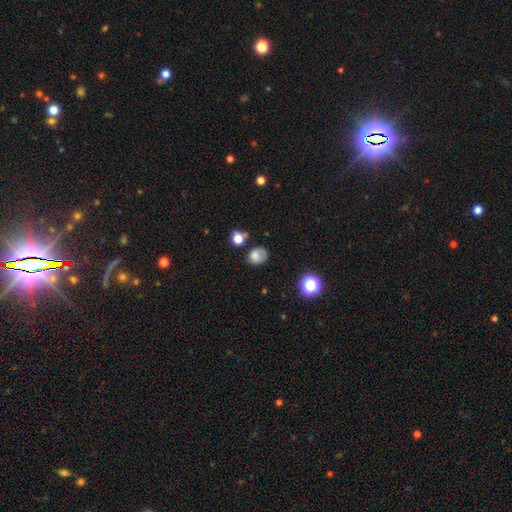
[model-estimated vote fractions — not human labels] Overall: smooth (74%). How rounded: round (53%; in between 46%). Merging: none (53%; minor disturbance 28%).